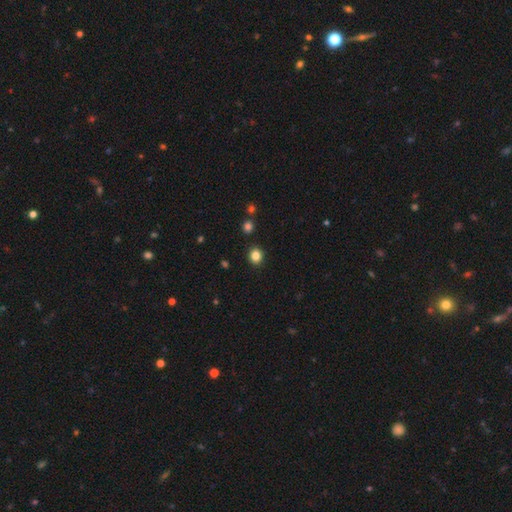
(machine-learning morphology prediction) This appears to be a smooth galaxy with no disk features (84%) that is round (78%). Merging: none (90%).